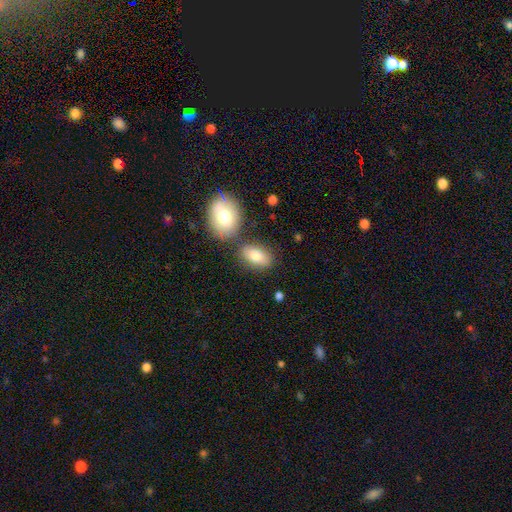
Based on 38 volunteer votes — Overall: smooth (82%). How rounded: in between (87%). Merging: none (49%; merger 23%).